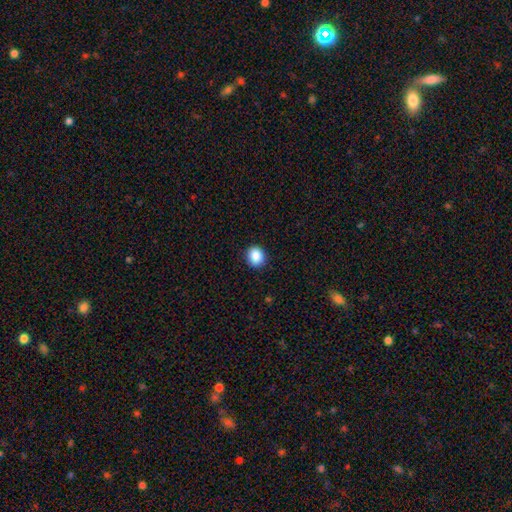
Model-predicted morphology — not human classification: smooth 88%, star or artifact 9%, featured or disk 3%. Down the decision tree: how rounded — round (76%); merging — none (90%).